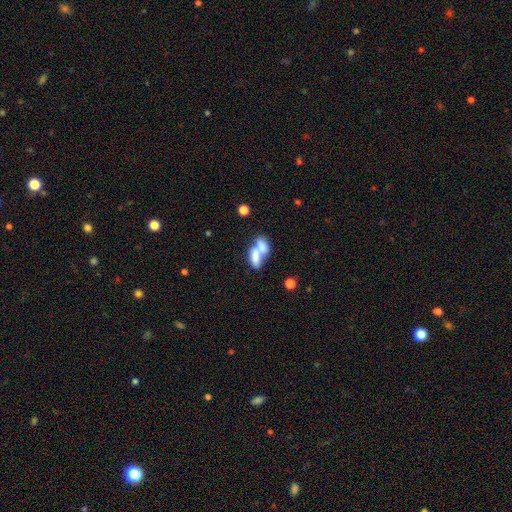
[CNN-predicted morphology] Smooth or featured? Predicted: smooth (p=0.69). How rounded? Predicted: in between (p=0.82). Merging? Predicted: merger (p=0.71).